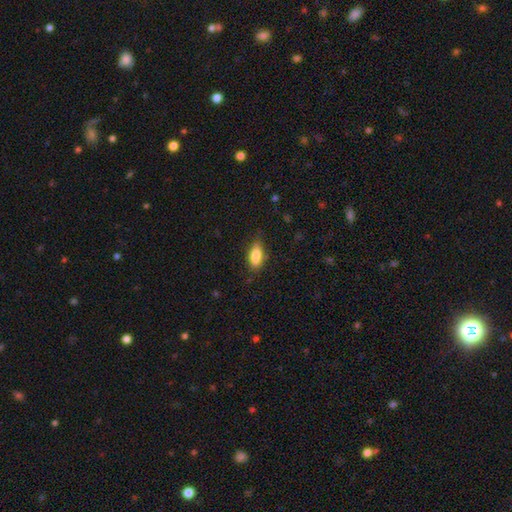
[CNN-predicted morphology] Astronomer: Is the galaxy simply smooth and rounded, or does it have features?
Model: smooth — 83%.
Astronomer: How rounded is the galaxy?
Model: in between — 82%.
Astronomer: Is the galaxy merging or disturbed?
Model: none — 75%.